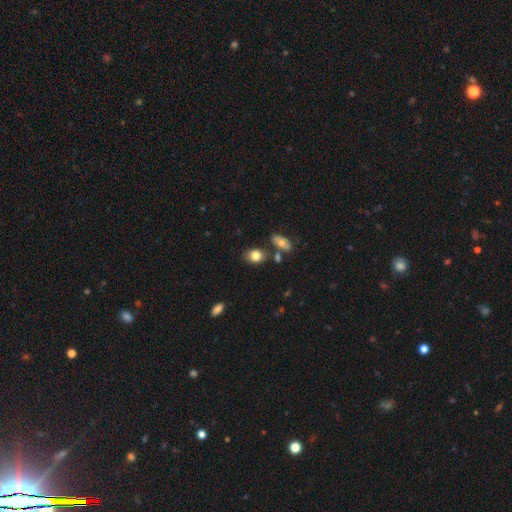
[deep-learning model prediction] smooth 80%, featured or disk 12%, star or artifact 9%. Down the decision tree: how rounded — in between (68%); merging — none (70%).